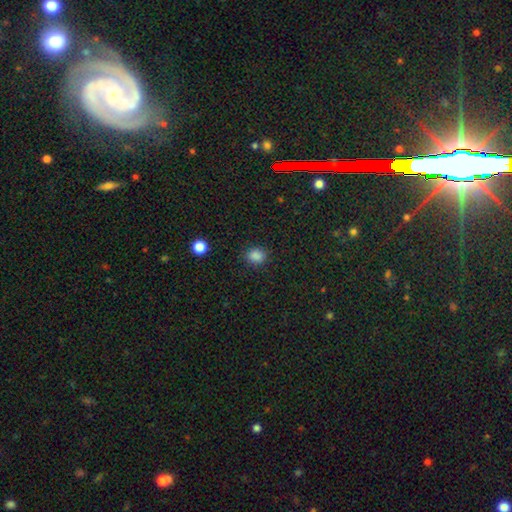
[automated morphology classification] A smooth galaxy with no disk features (84%) that is round (62%).

Vote fractions:
- Smooth or featured? smooth: 84% / star or artifact: 13% / featured or disk: 3%
- How rounded? round: 62% / in between: 37% / cigar-shaped: 1%
- Merging? none: 85% / minor disturbance: 10% / major disturbance: 3% / merger: 1%